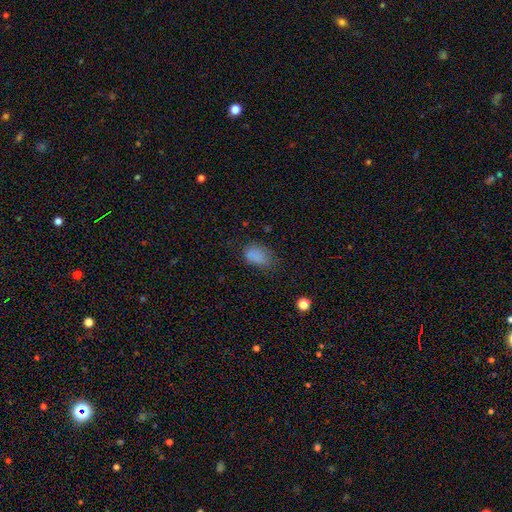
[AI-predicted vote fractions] The model was most divided on "merging": none: 52%, minor disturbance: 30%, major disturbance: 16%, merger: 3%. More confident: how rounded — in between (87%); smooth or featured — smooth (78%).